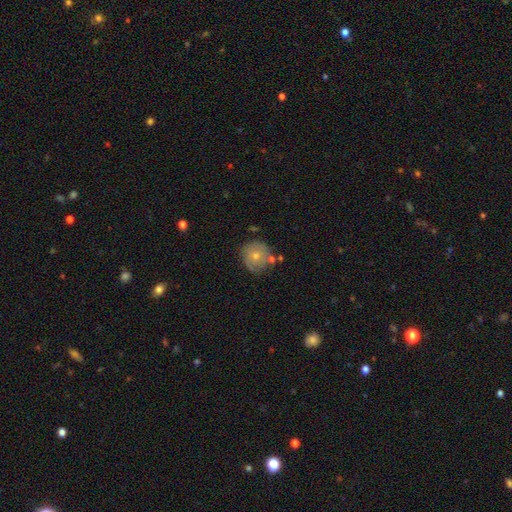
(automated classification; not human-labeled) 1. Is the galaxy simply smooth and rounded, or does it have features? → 63% smooth, 29% featured or disk, 8% star or artifact.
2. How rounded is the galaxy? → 90% round, 9% in between, 1% cigar-shaped.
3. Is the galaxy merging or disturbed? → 67% none, 20% minor disturbance, 8% merger, 6% major disturbance.